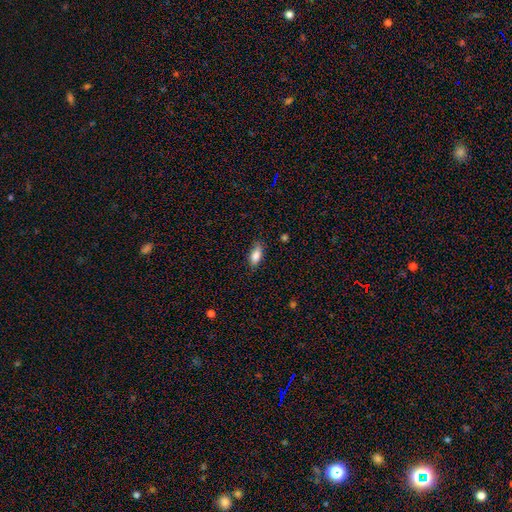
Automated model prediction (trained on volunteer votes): A smooth galaxy with no disk features (86%) that is in between round and cigar-shaped (84%). Merging: none (81%).